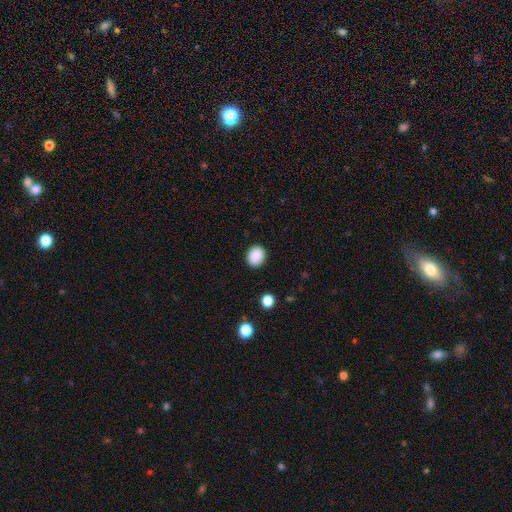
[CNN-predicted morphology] smooth_or_featured: smooth (p=0.88) [alt: star or artifact p=0.09]
how_rounded: round (p=0.66) [alt: in between p=0.33]
merging: none (p=0.89) [alt: minor disturbance p=0.08]